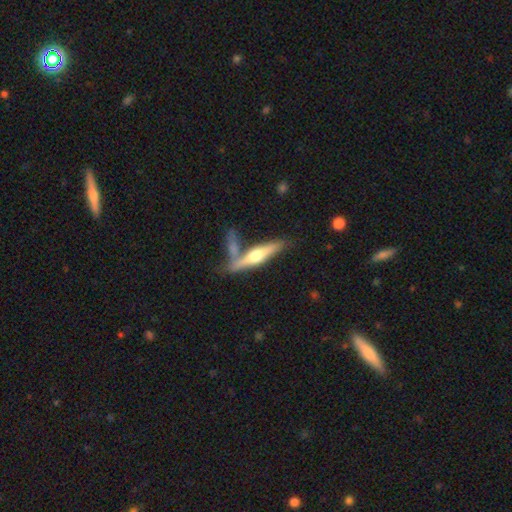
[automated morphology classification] This is likely a featured or disk galaxy (62%). It is clearly viewed edge-on (94%). Edge-on bulge: clearly rounded (92%). Merging: possibly none (56%).